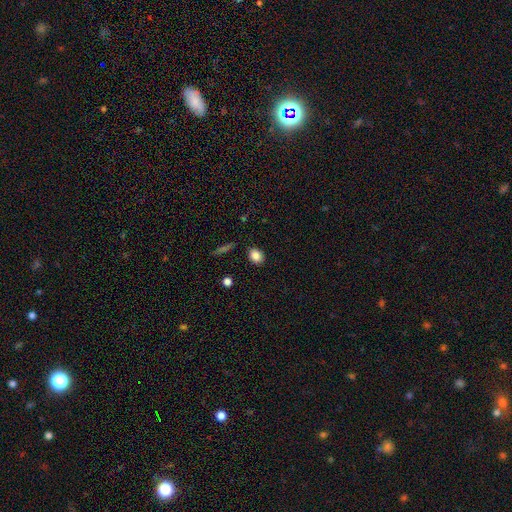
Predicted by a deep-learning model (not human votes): smooth-or-featured: smooth: 85% | star or artifact: 9% | featured or disk: 6%
  how-rounded: in between: 50% | round: 48% | cigar-shaped: 2%
  merging: none: 86% | minor disturbance: 10% | major disturbance: 2% | merger: 2%